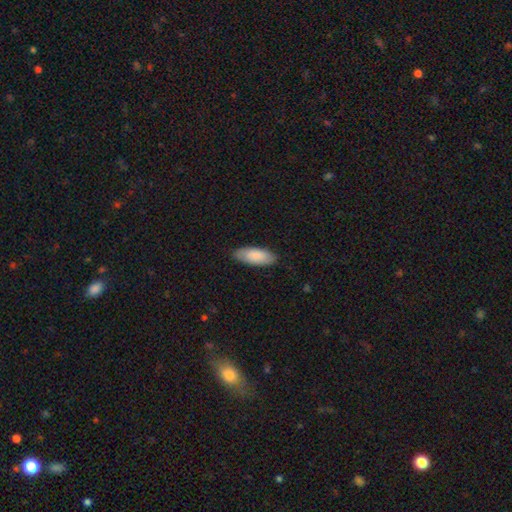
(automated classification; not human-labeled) The model was most divided on "how rounded": in between: 78%, cigar-shaped: 21%, round: 1%. More confident: smooth or featured — smooth (86%); merging — none (85%).